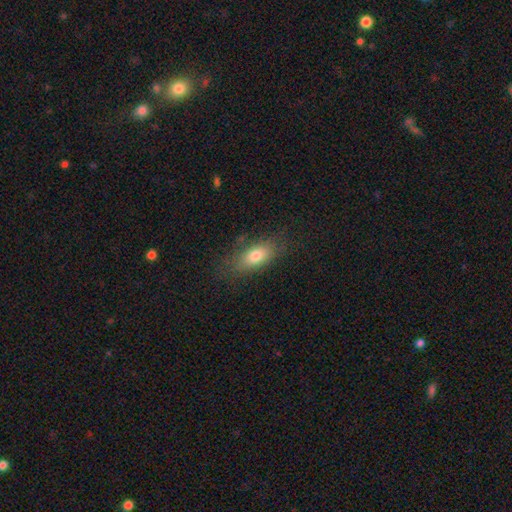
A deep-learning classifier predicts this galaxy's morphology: Smooth or featured: smooth — 76% (featured or disk — 15%)
How rounded: in between — 83% (cigar-shaped — 12%)
Merging: none — 75% (minor disturbance — 17%)